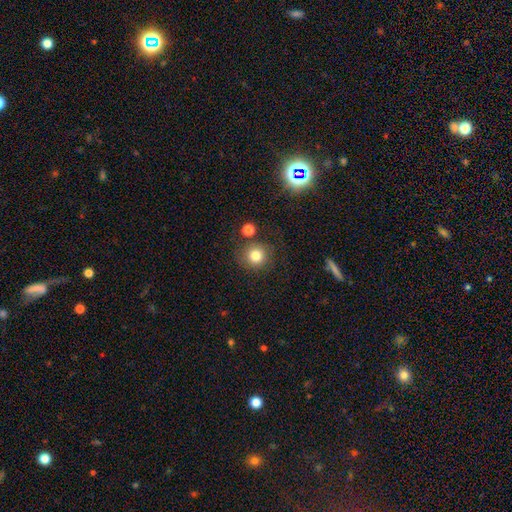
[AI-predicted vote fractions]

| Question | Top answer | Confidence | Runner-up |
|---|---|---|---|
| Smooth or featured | smooth | 81% | star or artifact (12%) |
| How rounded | round | 90% | in between (9%) |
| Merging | none | 80% | minor disturbance (10%) |